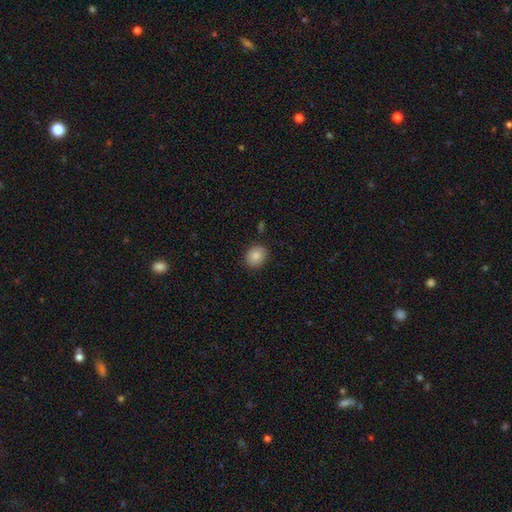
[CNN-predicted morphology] This appears to be a smooth galaxy with no disk features (85%) that is round (67%). Merging: none (87%).